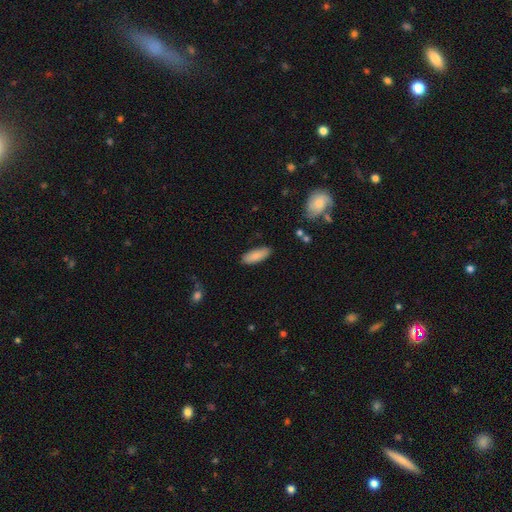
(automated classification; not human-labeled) A smooth galaxy with no disk features (87%) that is in between round and cigar-shaped (69%). Merging: none (85%).